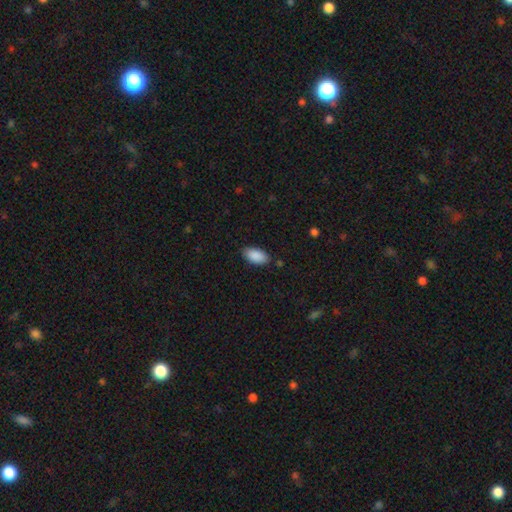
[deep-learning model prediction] A smooth galaxy with no disk features (90%) that is in between round and cigar-shaped (94%). Merging: none (85%).